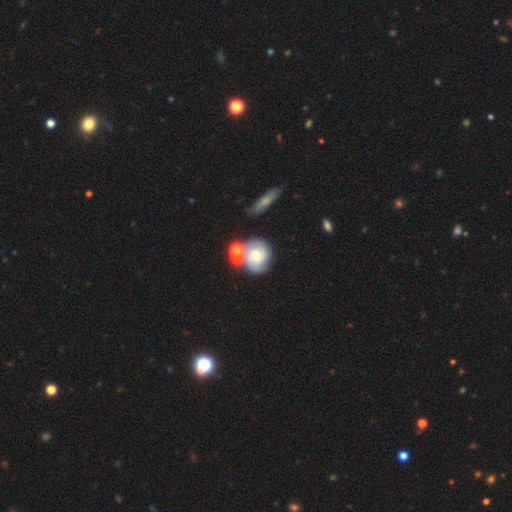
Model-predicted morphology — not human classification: Smooth or featured?
  - featured or disk: 60% *
  - smooth: 31%
  - star or artifact: 9%
Edge-on disk?
  - no: 97% *
  - yes: 3%
Bar?
  - no: 61% *
  - weak: 31%
  - strong: 8%
Spiral arms?
  - yes: 85% *
  - no: 15%
Bulge size?
  - moderate: 40% *
  - small: 33%
  - large: 12%
  - none: 12%
  - dominant: 3%
Merging?
  - none: 48% *
  - merger: 29%
  - minor disturbance: 15%
  - major disturbance: 8%